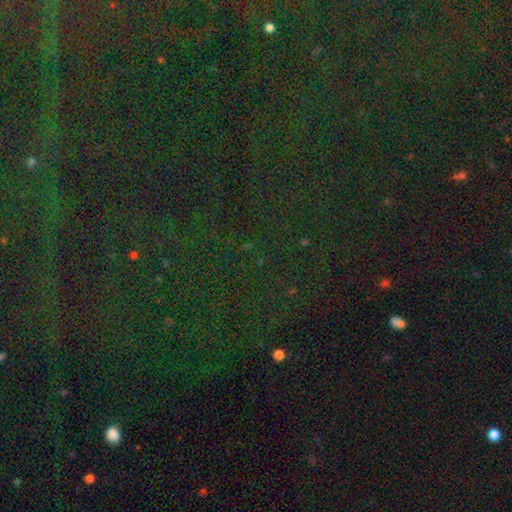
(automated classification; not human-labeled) Smooth or featured?
  - star or artifact: 83% *
  - smooth: 10%
  - featured or disk: 7%